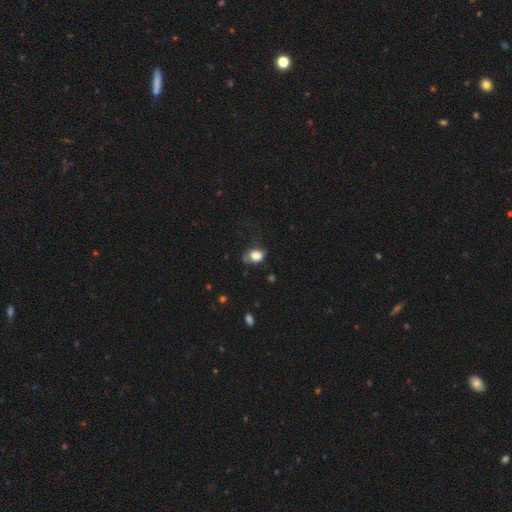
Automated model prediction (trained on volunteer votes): Smooth or featured?
  - smooth: 80% *
  - featured or disk: 11%
  - star or artifact: 9%
How rounded?
  - in between: 55% *
  - round: 44%
  - cigar-shaped: 1%
Merging?
  - none: 47% *
  - minor disturbance: 35%
  - major disturbance: 16%
  - merger: 3%